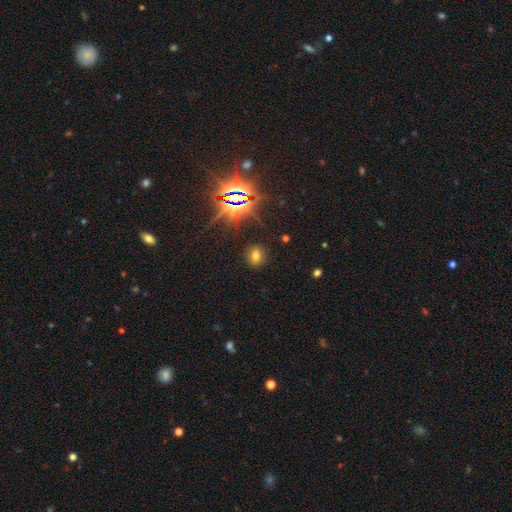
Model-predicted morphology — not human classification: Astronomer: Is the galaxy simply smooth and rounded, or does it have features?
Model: smooth — 61%.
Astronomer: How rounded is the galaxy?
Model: in between — 54% (runner-up: round, 44%).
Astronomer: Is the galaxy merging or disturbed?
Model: none — 87%.